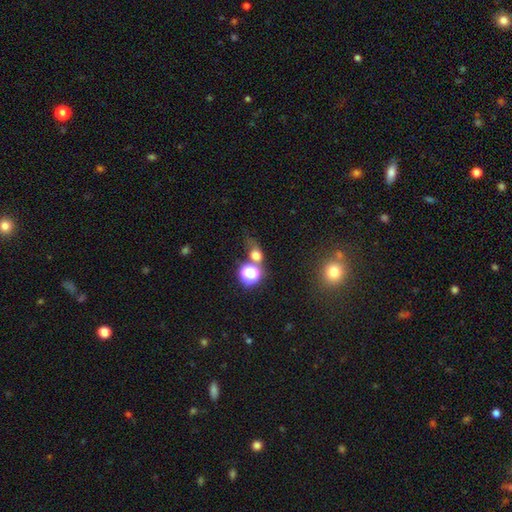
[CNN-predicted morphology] A smooth galaxy with no disk features (64%) that is round (59%). Merging: none (48%).